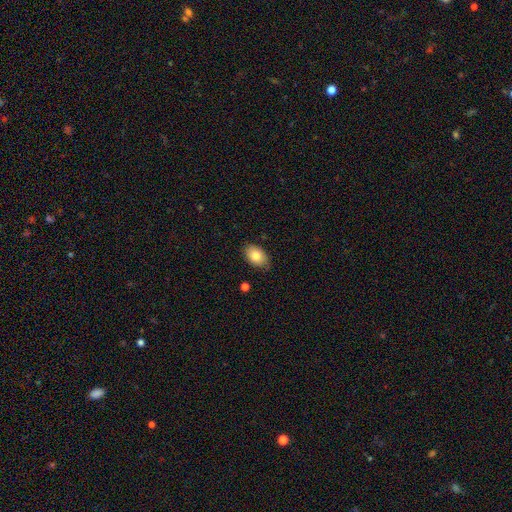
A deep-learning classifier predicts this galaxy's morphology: Q: Smooth or featured?
A: smooth (82%); runner-up: featured or disk (10%)
Q: How rounded?
A: in between (88%); runner-up: round (11%)
Q: Merging?
A: none (84%); runner-up: minor disturbance (12%)